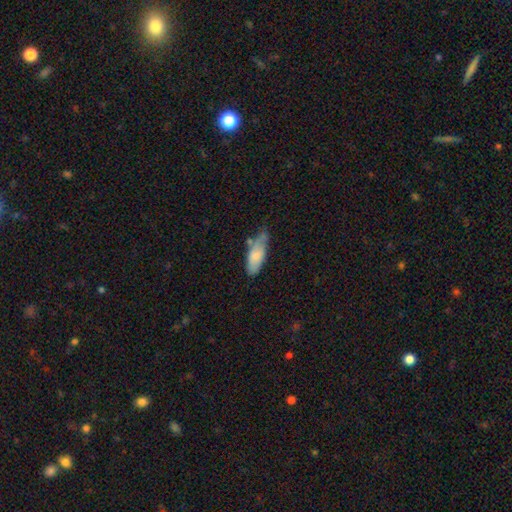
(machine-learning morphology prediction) smooth 76%, featured or disk 17%, star or artifact 6%. Down the decision tree: how rounded — in between (72%); merging — minor disturbance (40%, tied with none).